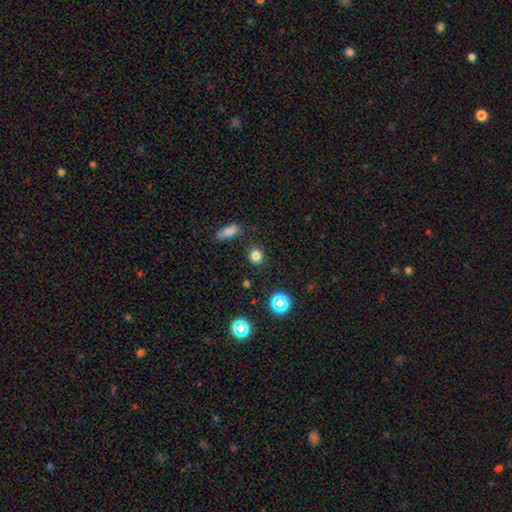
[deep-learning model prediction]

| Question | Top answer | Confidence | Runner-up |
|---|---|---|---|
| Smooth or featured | smooth | 79% | star or artifact (16%) |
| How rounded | round | 83% | in between (16%) |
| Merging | none | 86% | minor disturbance (8%) |